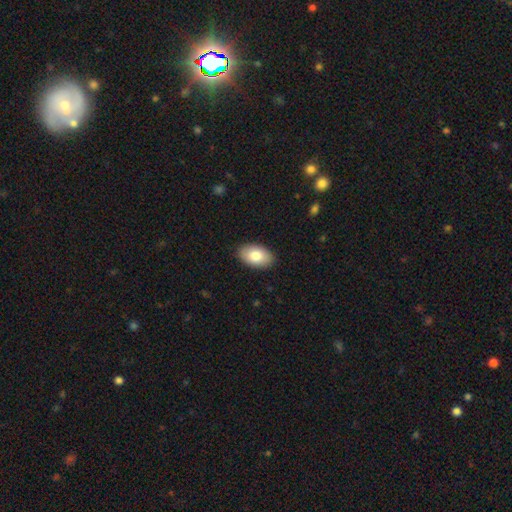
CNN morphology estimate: type=smooth (82%); roundness=in between (94%); merging=none (89%).